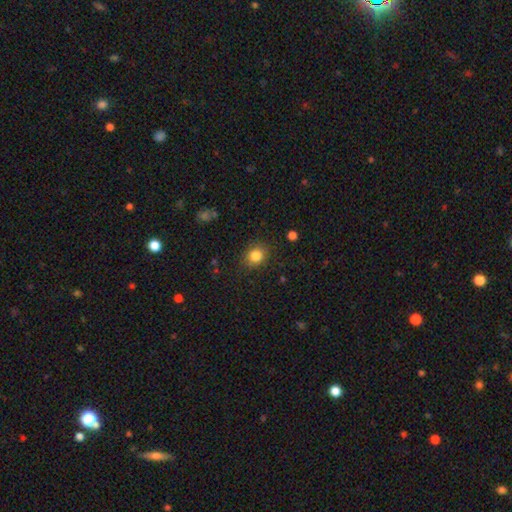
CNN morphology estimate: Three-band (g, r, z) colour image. It shows a smooth galaxy with no disk features (84%) that is round (65%). Merging: none (84%).